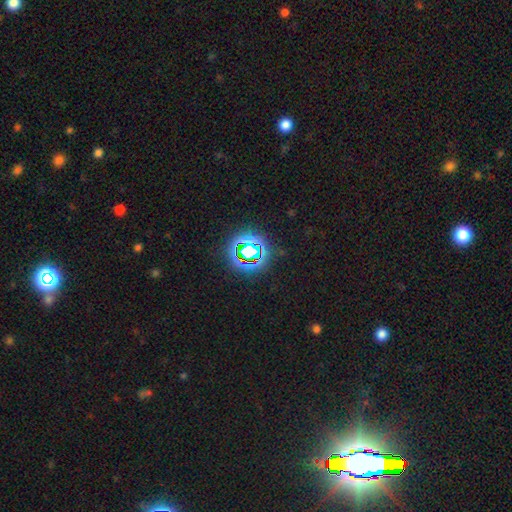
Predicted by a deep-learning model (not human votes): This appears to be a star or artifact, not a galaxy (76%).